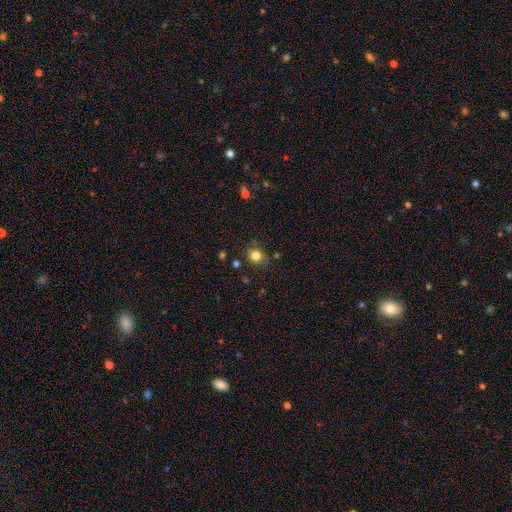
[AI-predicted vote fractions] Smooth or featured: smooth — 81% (star or artifact — 12%)
How rounded: round — 77% (in between — 22%)
Merging: none — 78% (minor disturbance — 15%)